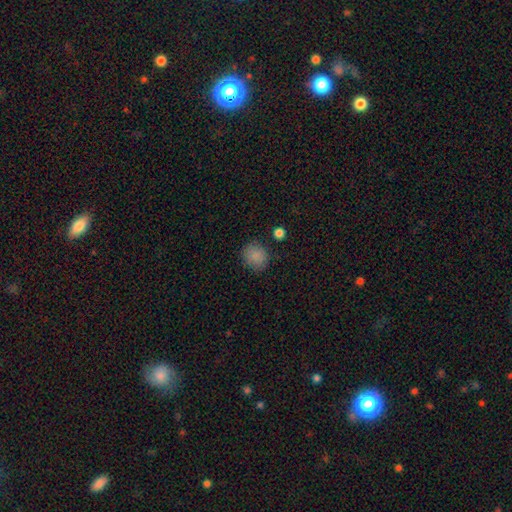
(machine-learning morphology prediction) Smooth or featured?
  - smooth: 86% *
  - star or artifact: 9%
  - featured or disk: 5%
How rounded?
  - round: 80% *
  - in between: 19%
  - cigar-shaped: 1%
Merging?
  - none: 83% *
  - minor disturbance: 11%
  - major disturbance: 3%
  - merger: 2%